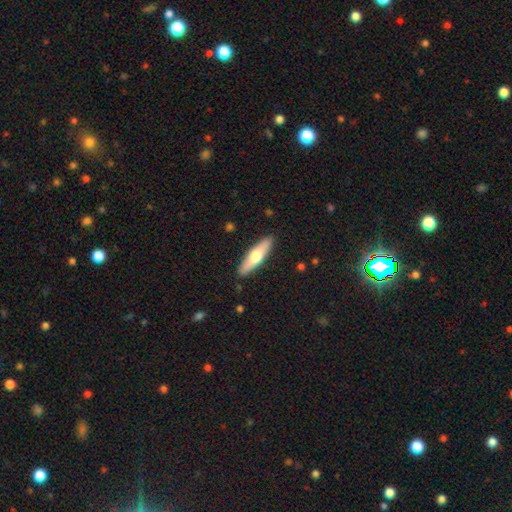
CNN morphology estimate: Smooth or featured? Predicted: smooth (p=0.58). How rounded? Predicted: cigar-shaped (p=0.67). Merging? Predicted: none (p=0.90).